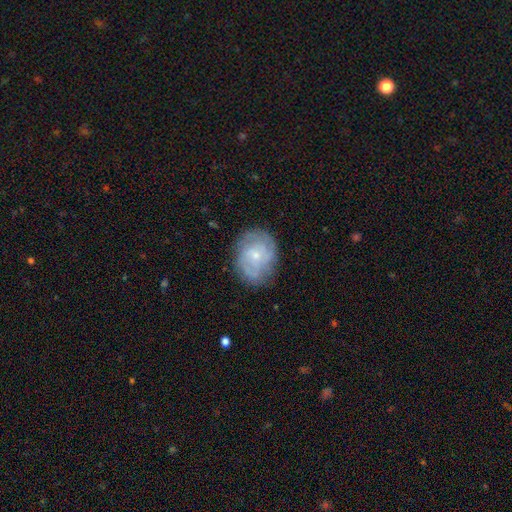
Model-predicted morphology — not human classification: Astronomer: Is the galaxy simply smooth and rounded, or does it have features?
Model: featured or disk — 67%.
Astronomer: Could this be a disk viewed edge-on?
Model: no — 97%.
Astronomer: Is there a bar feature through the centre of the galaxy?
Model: no — 73%.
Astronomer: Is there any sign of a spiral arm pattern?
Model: yes — 84%.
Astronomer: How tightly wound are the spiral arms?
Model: tight — 51% (runner-up: medium, 37%).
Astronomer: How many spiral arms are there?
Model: can't tell — 41% (runner-up: 2, 27%).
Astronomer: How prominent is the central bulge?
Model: small — 72%.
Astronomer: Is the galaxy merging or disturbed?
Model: none — 71%.